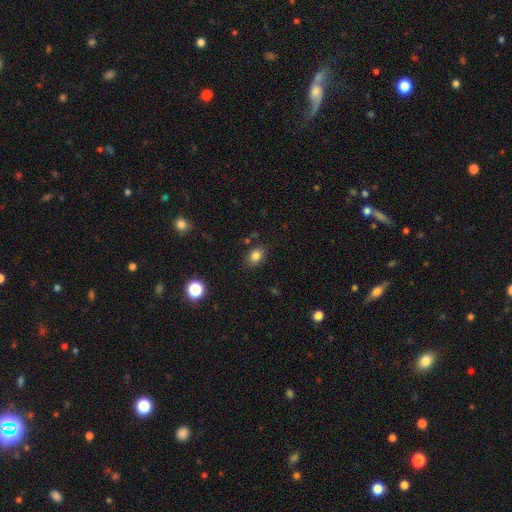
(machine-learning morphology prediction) type=smooth (82%); roundness=in between (69%); merging=none (82%).